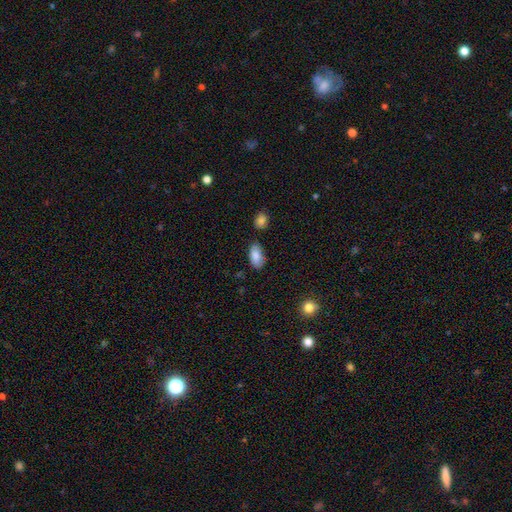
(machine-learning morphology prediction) Smooth or featured: smooth — 85% (featured or disk — 7%)
How rounded: in between — 93% (round — 3%)
Merging: none — 72% (minor disturbance — 20%)